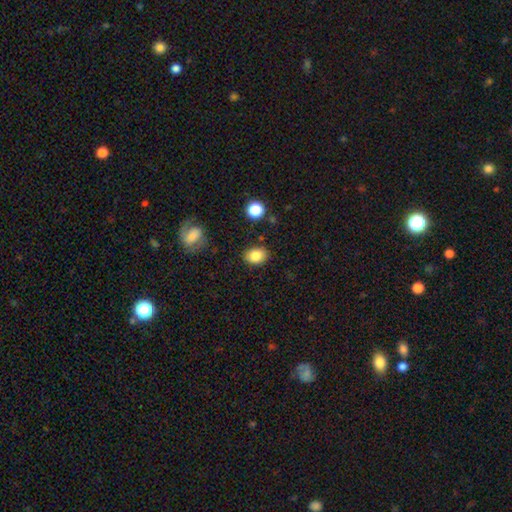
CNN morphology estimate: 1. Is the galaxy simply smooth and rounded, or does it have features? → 85% smooth, 9% star or artifact, 6% featured or disk.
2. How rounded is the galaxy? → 60% in between, 39% round, 1% cigar-shaped.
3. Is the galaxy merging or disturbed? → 83% none, 11% minor disturbance, 3% major disturbance, 3% merger.